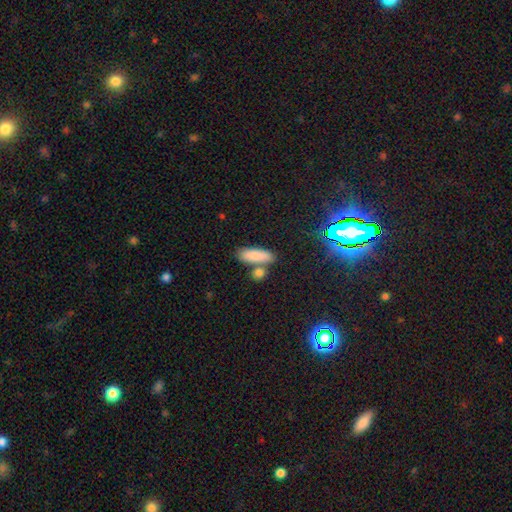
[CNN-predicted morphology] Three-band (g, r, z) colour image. It shows a smooth galaxy with no disk features (84%) that is in between round and cigar-shaped (61%). Merging: none (63%).